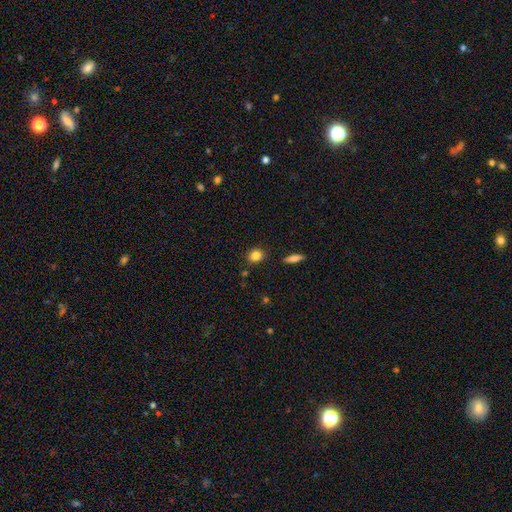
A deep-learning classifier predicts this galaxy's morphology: A smooth galaxy with no disk features (83%) that is round (71%). Merging: none (86%).